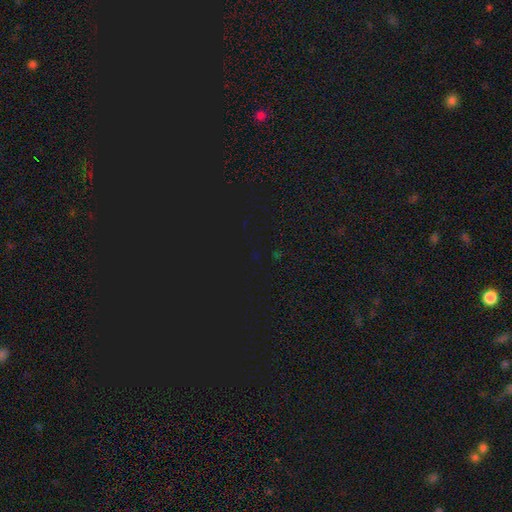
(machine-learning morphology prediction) This appears to be a star or artifact, not a galaxy (77%).